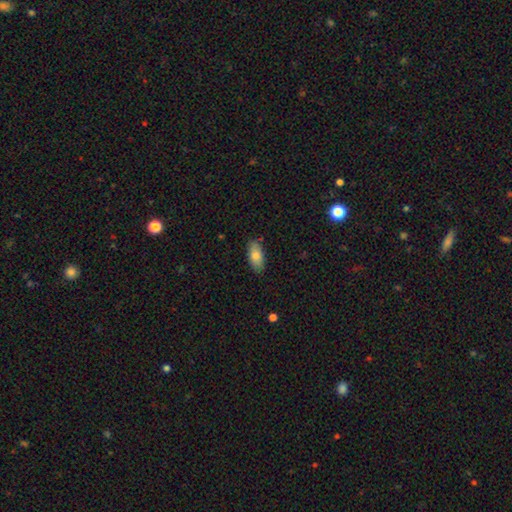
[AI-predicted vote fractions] A smooth galaxy with no disk features (81%) that is in between round and cigar-shaped (89%). Merging: none (83%).